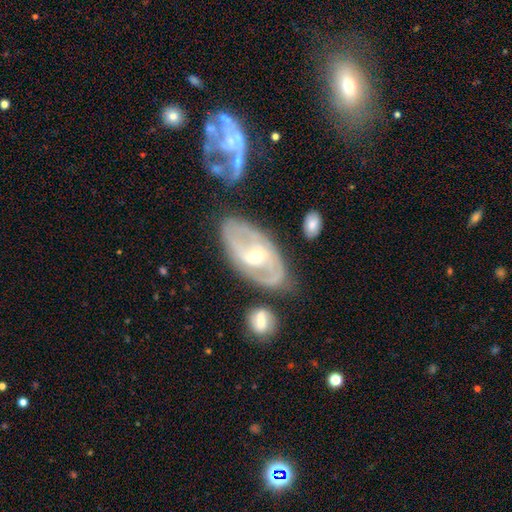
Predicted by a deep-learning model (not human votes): Smooth or featured?
  - featured or disk: 81% *
  - smooth: 13%
  - star or artifact: 6%
Edge-on disk?
  - no: 94% *
  - yes: 6%
Bar?
  - no: 42% *
  - weak: 39%
  - strong: 19%
Spiral arms?
  - yes: 85% *
  - no: 15%
Spiral winding?
  - tight: 43% *
  - medium: 40%
  - loose: 17%
Spiral arm count?
  - 2: 58% *
  - can't tell: 27%
  - 3: 7%
  - 1: 4%
  - 4: 2%
  - more than 4: 2%
Bulge size?
  - small: 57% *
  - moderate: 40%
  - large: 1%
  - none: 1%
  - dominant: 1%
Merging?
  - none: 61% *
  - minor disturbance: 20%
  - major disturbance: 10%
  - merger: 9%